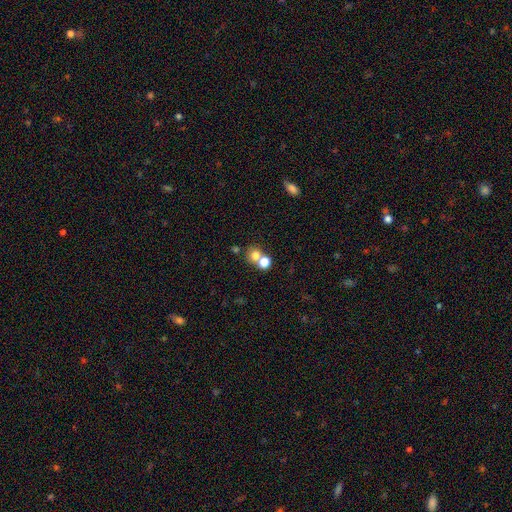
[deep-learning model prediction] Smooth or featured? Predicted: smooth (p=0.74). How rounded? Predicted: round (p=0.80). Merging? Predicted: merger (p=0.47).